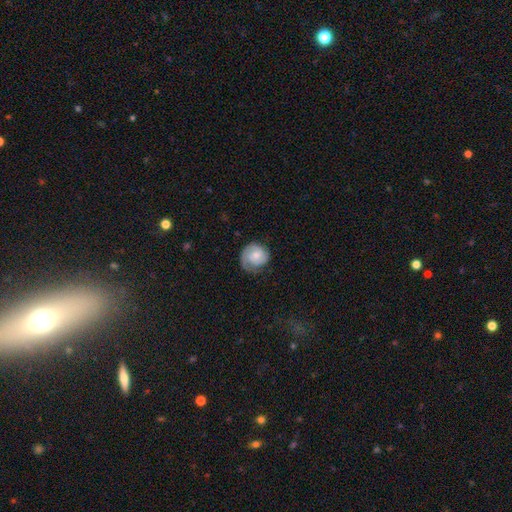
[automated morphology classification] smooth-or-featured: featured or disk: 56% | smooth: 37% | star or artifact: 6%
  disk-edge-on: no: 98% | yes: 2%
    bar: no: 68% | weak: 28% | strong: 4%
    has-spiral-arms: yes: 90% | no: 10%
    bulge-size: moderate: 46% | small: 43% | none: 5% | large: 4% | dominant: 1%
  merging: none: 64% | minor disturbance: 24% | major disturbance: 10% | merger: 1%